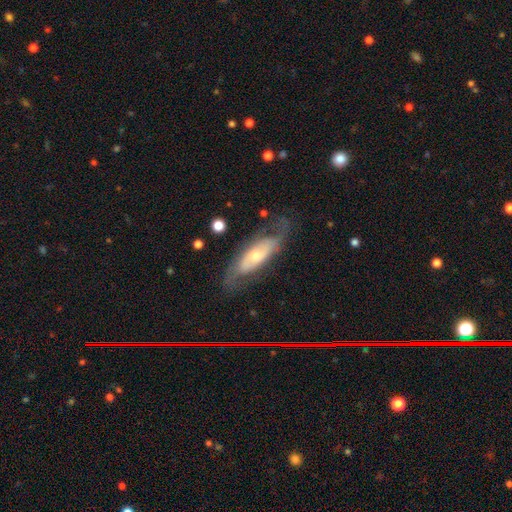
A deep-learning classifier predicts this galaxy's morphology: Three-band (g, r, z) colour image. It shows a featured or disk galaxy (66%) with no bar (69%), spiral arms (74%) and a small central bulge (51%). Merging: none (64%).